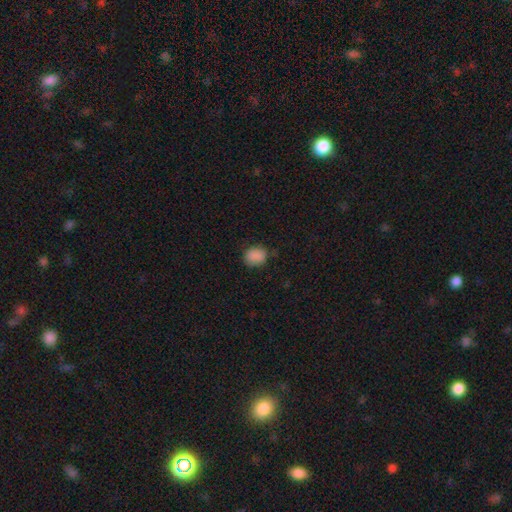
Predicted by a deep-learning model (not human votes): The model was most divided on "how rounded": round: 62%, in between: 37%, cigar-shaped: 1%. More confident: smooth or featured — smooth (87%); merging — none (77%).